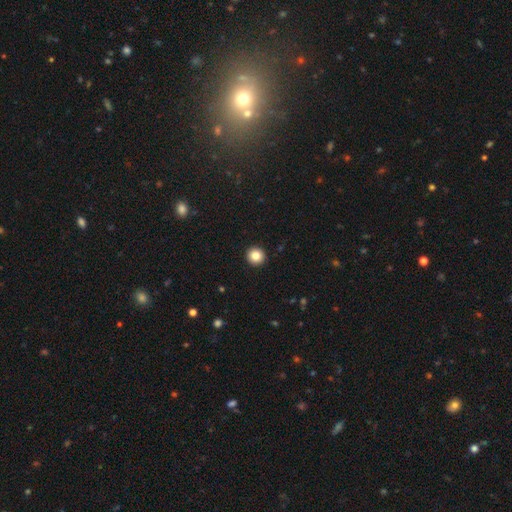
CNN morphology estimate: Smooth or featured? Predicted: smooth (p=0.85). How rounded? Predicted: round (p=0.95). Merging? Predicted: none (p=0.94).